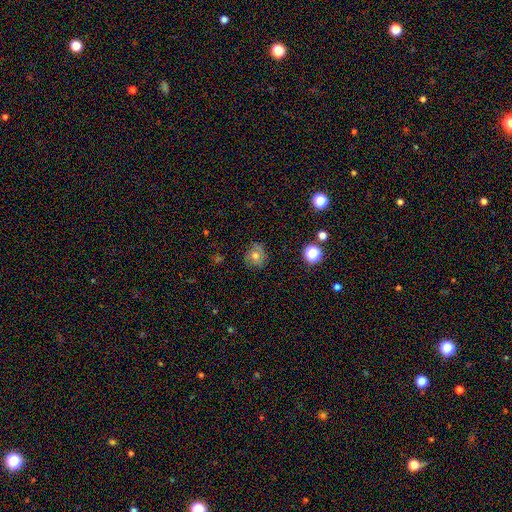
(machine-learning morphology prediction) smooth-or-featured: smooth: 50% | featured or disk: 35% | star or artifact: 16%
  merging: none: 75% | minor disturbance: 17% | major disturbance: 6% | merger: 2%